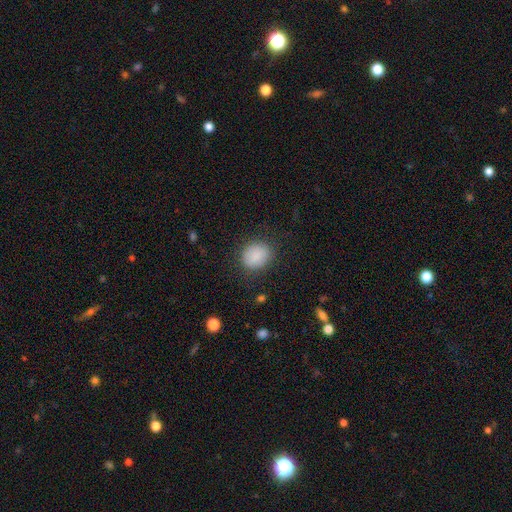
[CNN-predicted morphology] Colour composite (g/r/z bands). It shows a smooth galaxy with no disk features (87%) that is round (61%). Merging: none (82%).